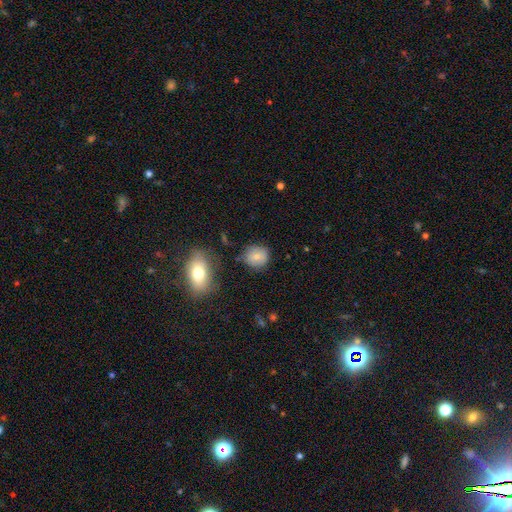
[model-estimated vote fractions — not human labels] The model was most divided on "smooth or featured": smooth: 74%, featured or disk: 17%, star or artifact: 9%. More confident: how rounded — round (80%); merging — none (75%).